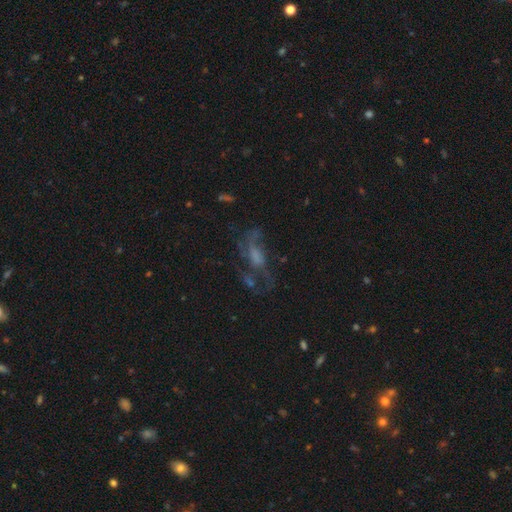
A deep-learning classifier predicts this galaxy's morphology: This is likely a featured or disk galaxy (63%). It is clearly not viewed edge-on (92%). Bar: likely no (61%). Spiral arm pattern: likely yes (70%). Central bulge: marginally none (35%). Merging: marginally none (41%).